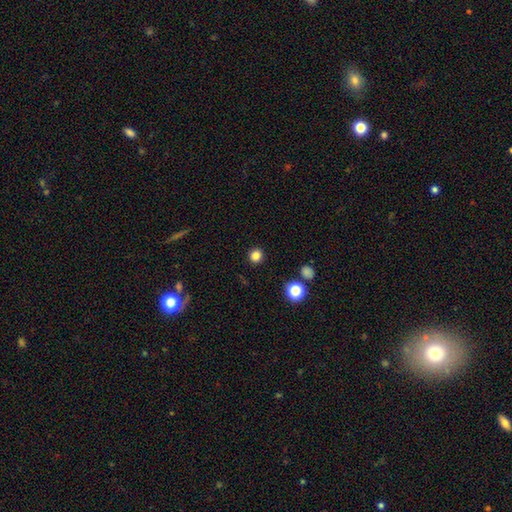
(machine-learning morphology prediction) type=smooth (83%); roundness=round (93%); merging=none (92%).